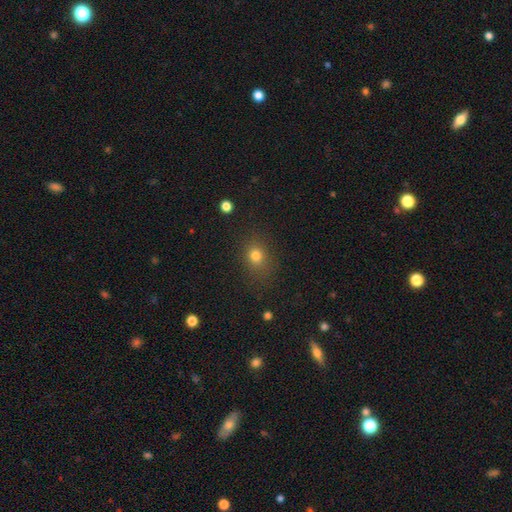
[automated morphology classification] Q: Smooth or featured?
A: smooth (77%); runner-up: star or artifact (15%)
Q: How rounded?
A: round (57%); runner-up: in between (41%)
Q: Merging?
A: none (81%); runner-up: minor disturbance (12%)